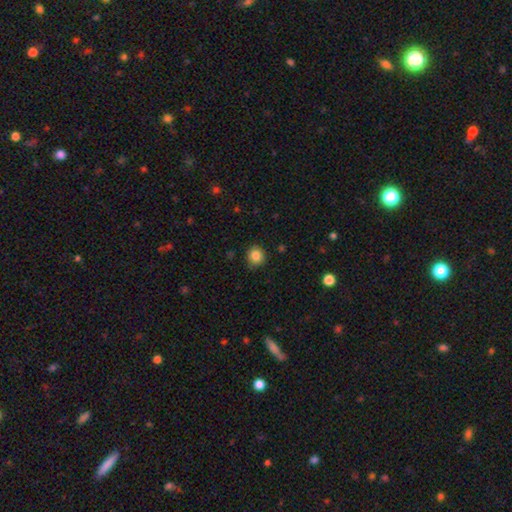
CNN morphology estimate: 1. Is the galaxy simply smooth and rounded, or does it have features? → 85% smooth, 10% star or artifact, 5% featured or disk.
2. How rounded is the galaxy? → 87% round, 13% in between, 1% cigar-shaped.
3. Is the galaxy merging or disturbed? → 87% none, 9% minor disturbance, 2% major disturbance, 1% merger.